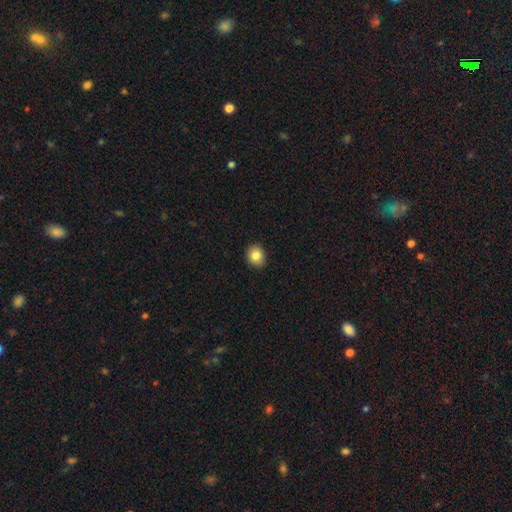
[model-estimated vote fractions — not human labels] This appears to be a smooth galaxy with no disk features (84%) that is round (65%). Merging: none (90%).